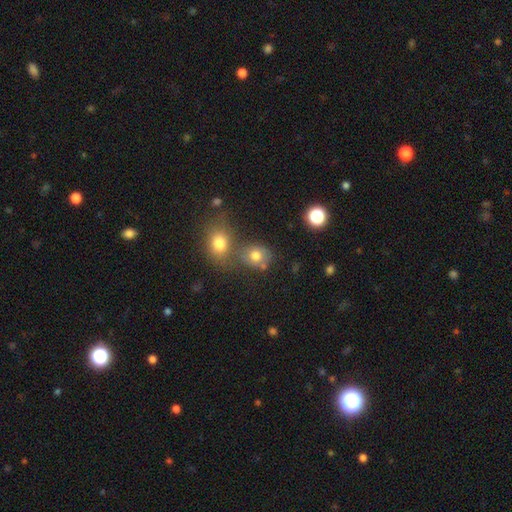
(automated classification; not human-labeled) Smooth or featured?
  - smooth: 73% *
  - star or artifact: 15%
  - featured or disk: 12%
How rounded?
  - round: 62% *
  - in between: 37%
  - cigar-shaped: 1%
Merging?
  - none: 51% *
  - merger: 33%
  - minor disturbance: 11%
  - major disturbance: 5%